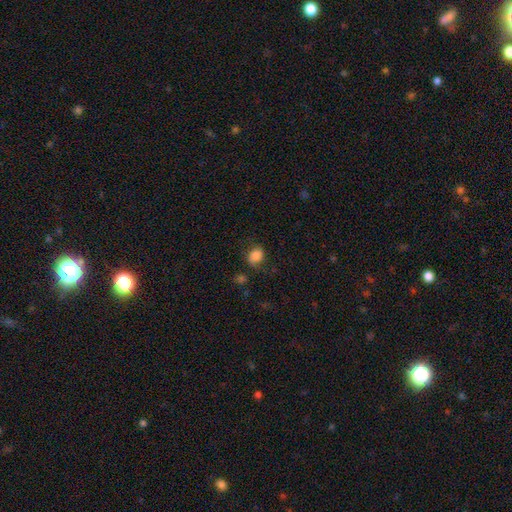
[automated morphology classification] smooth 83%, star or artifact 10%, featured or disk 7%. Down the decision tree: how rounded — round (52%); merging — none (73%).